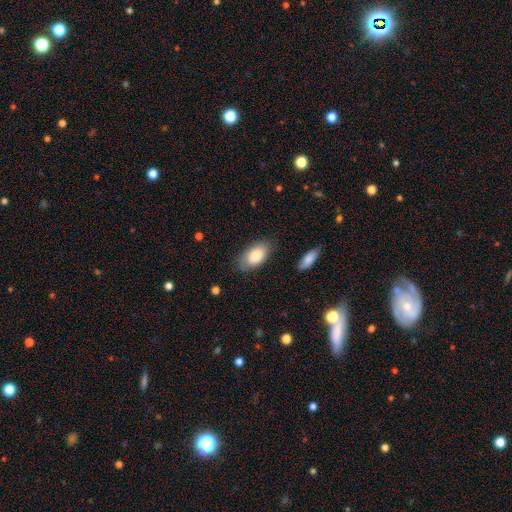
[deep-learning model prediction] Smooth or featured: smooth — 84% (featured or disk — 10%)
How rounded: in between — 94% (round — 4%)
Merging: none — 78% (minor disturbance — 16%)